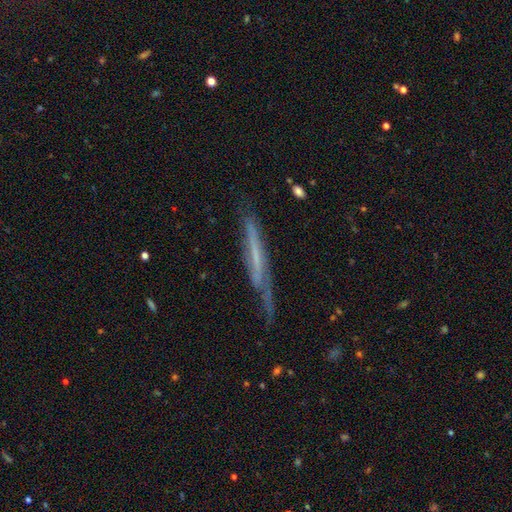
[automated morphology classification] smooth_or_featured: featured or disk (p=0.60) [alt: smooth p=0.31]
disk_edge_on: yes (p=0.87) [alt: no p=0.13]
edge_on_bulge: none (p=0.82) [alt: rounded p=0.11]
merging: none (p=0.63) [alt: minor disturbance p=0.26]